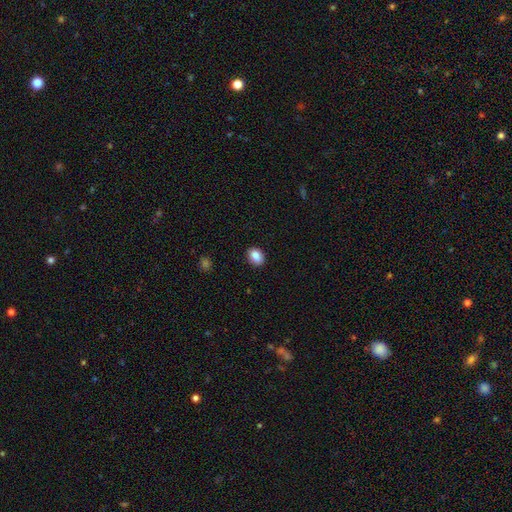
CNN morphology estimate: A smooth galaxy with no disk features (88%) that is in between round and cigar-shaped (72%). Merging: none (89%).